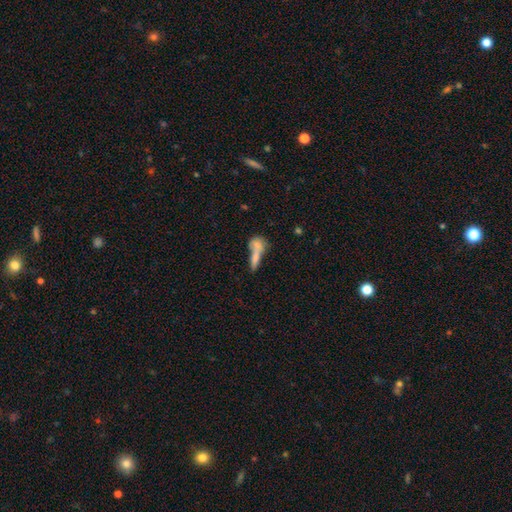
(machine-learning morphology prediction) This appears to be a smooth galaxy with no disk features (70%) that is cigar-shaped (52%). Merging: merger (51%).